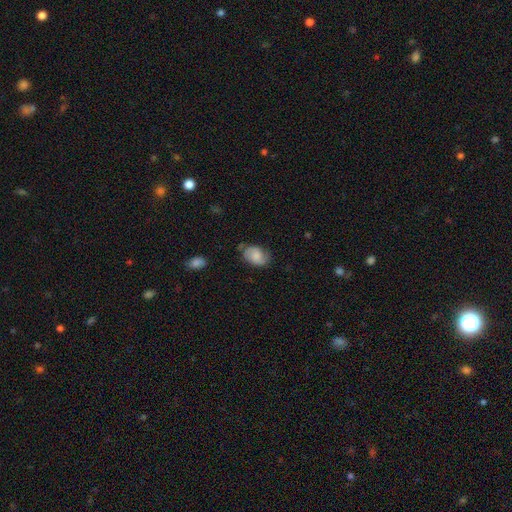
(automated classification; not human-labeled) A smooth galaxy with no disk features (57%) that is in between round and cigar-shaped (80%). Merging: none (67%).